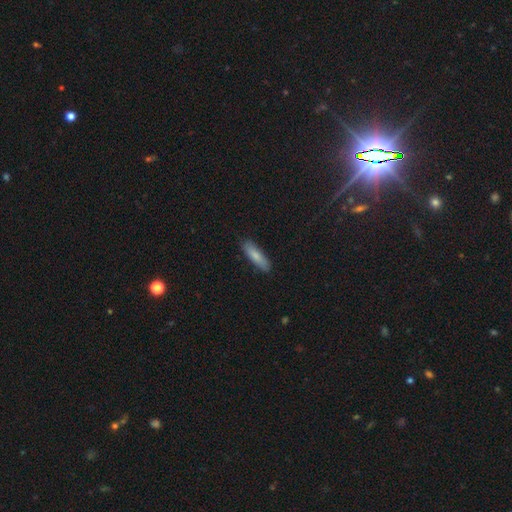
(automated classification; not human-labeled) This appears to be a smooth galaxy with no disk features (82%) that is cigar-shaped (62%). Merging: none (86%).